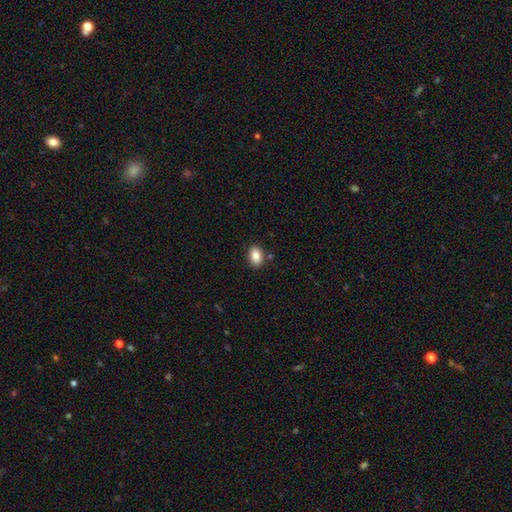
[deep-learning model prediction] Q: Smooth or featured?
A: smooth (87%); runner-up: star or artifact (8%)
Q: How rounded?
A: in between (85%); runner-up: round (14%)
Q: Merging?
A: none (86%); runner-up: minor disturbance (9%)